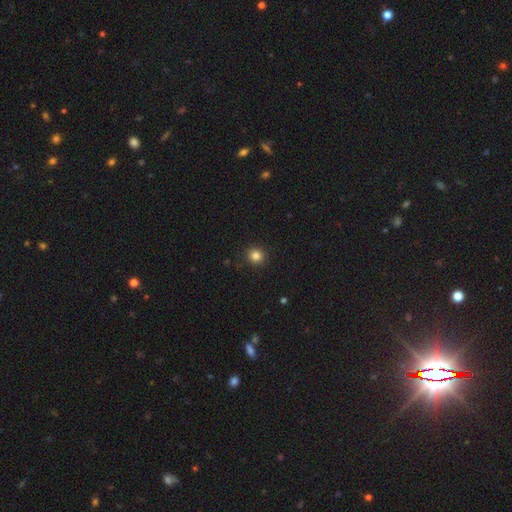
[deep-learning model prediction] The model was most divided on "smooth or featured": smooth: 83%, star or artifact: 12%, featured or disk: 5%. More confident: how rounded — round (93%); merging — none (92%).